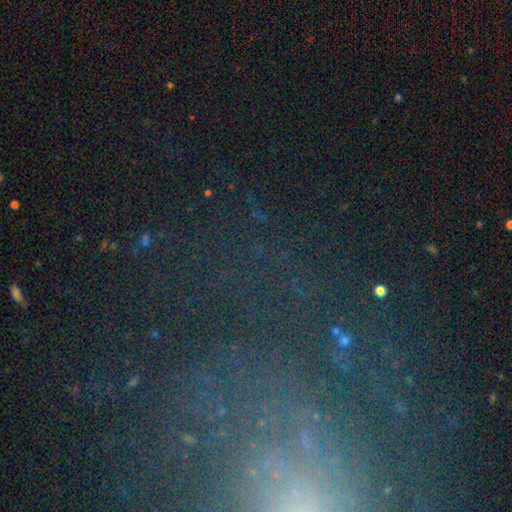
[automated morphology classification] type=star or artifact (54%).